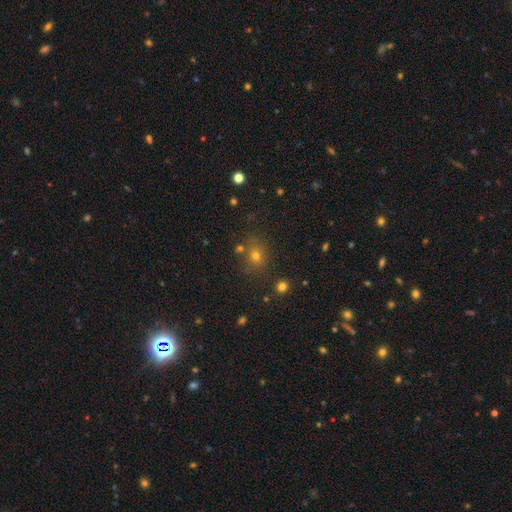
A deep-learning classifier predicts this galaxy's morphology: smooth 64%, star or artifact 26%, featured or disk 10%. Down the decision tree: how rounded — round (73%); merging — none (76%).